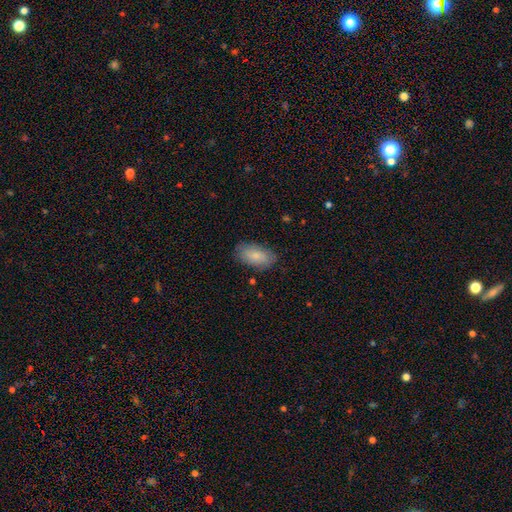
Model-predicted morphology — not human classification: A smooth galaxy with no disk features (78%) that is in between round and cigar-shaped (93%).

Vote fractions:
- Smooth or featured? smooth: 78% / featured or disk: 16% / star or artifact: 6%
- How rounded? in between: 93% / cigar-shaped: 4% / round: 3%
- Merging? none: 81% / minor disturbance: 15% / major disturbance: 3% / merger: 1%